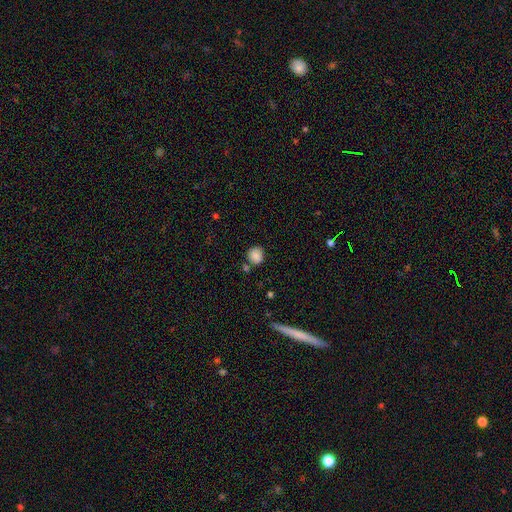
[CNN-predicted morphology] smooth 85%, star or artifact 9%, featured or disk 5%. Down the decision tree: how rounded — round (81%); merging — none (75%).